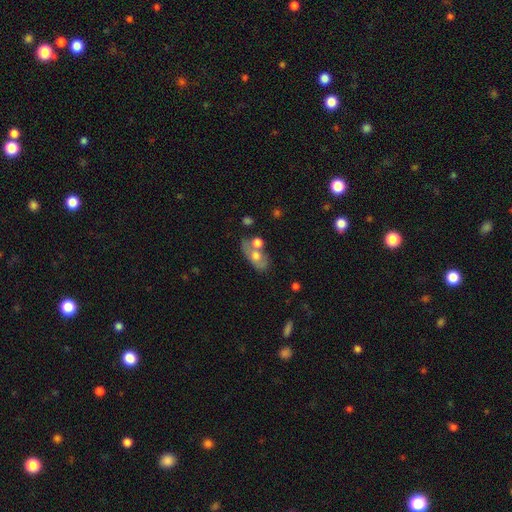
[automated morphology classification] Overall: smooth (54%; featured or disk 37%). How rounded: in between (80%). Merging: none (38%; merger 36%).